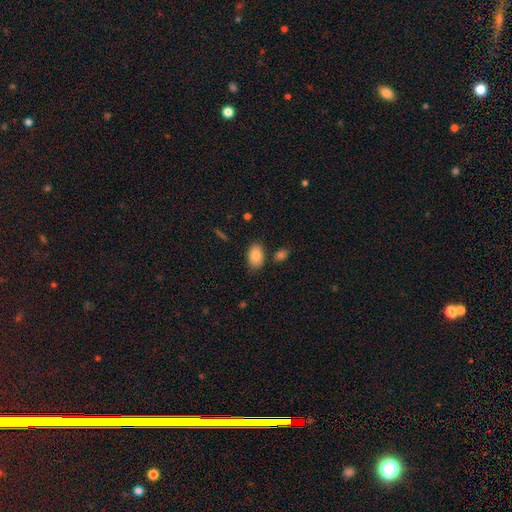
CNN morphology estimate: The model was most divided on "merging": none: 81%, minor disturbance: 12%, merger: 5%, major disturbance: 3%. More confident: how rounded — in between (90%); smooth or featured — smooth (84%).